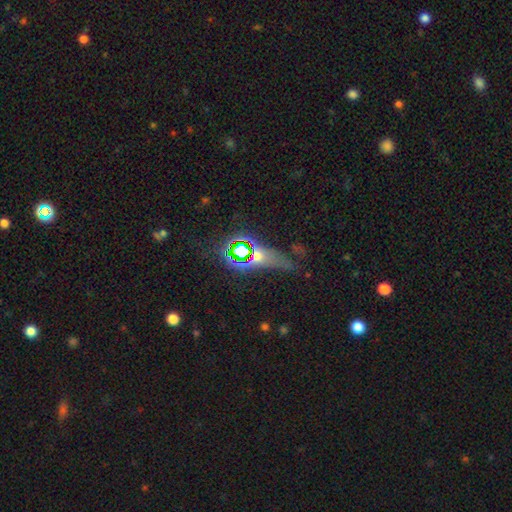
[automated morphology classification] Q: Smooth or featured?
A: star or artifact (55%); runner-up: smooth (29%)